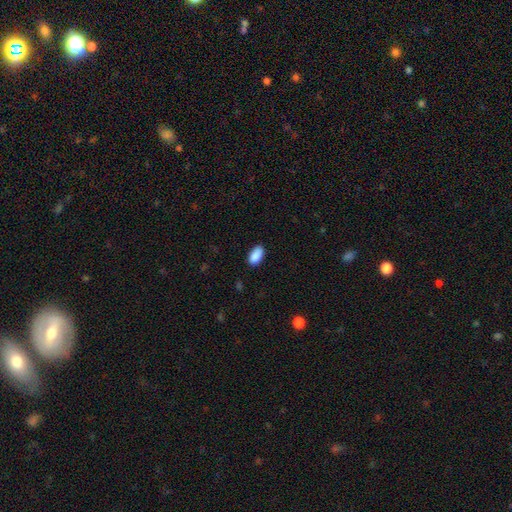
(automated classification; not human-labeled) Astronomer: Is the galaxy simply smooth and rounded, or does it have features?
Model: smooth — 89%.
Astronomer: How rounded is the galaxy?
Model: in between — 93%.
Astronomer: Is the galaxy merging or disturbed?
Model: none — 81%.